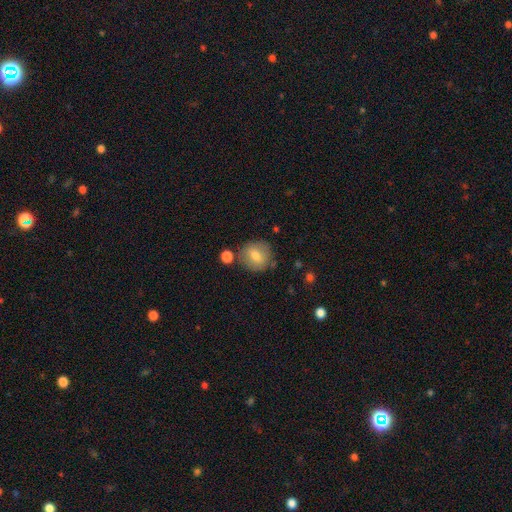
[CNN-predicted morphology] Smooth or featured? smooth (74%)
How rounded? round (85%)
Merging? none (78%)